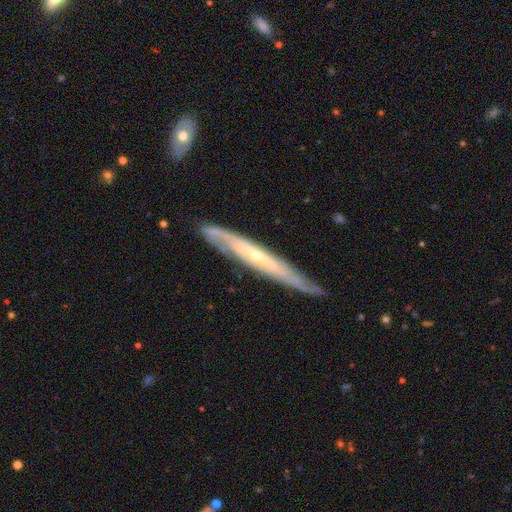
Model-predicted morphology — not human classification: A featured or disk galaxy (79%) viewed edge-on (71%) with no central bulge (52%). Merging: none (76%).